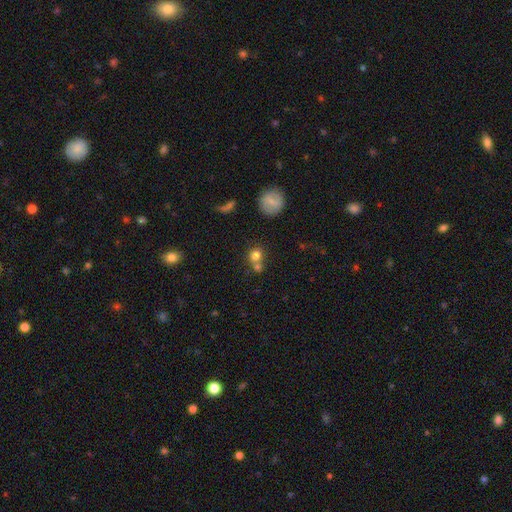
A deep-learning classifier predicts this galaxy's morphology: Smooth or featured? Predicted: smooth (p=0.76). How rounded? Predicted: round (p=0.85). Merging? Predicted: none (p=0.48).